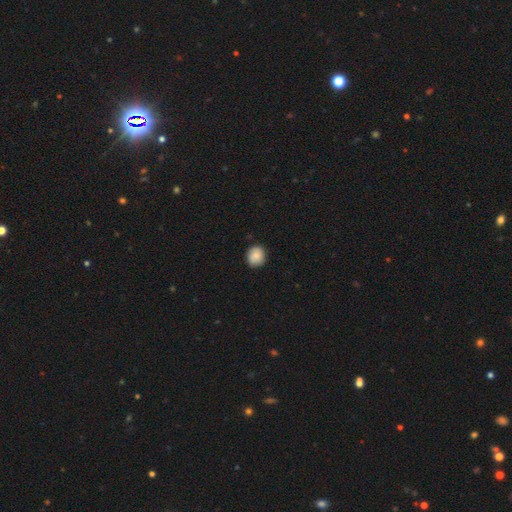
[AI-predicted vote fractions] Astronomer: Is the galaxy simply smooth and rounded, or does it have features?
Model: smooth — 84%.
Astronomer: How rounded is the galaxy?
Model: round — 78%.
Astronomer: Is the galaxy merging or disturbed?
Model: none — 86%.